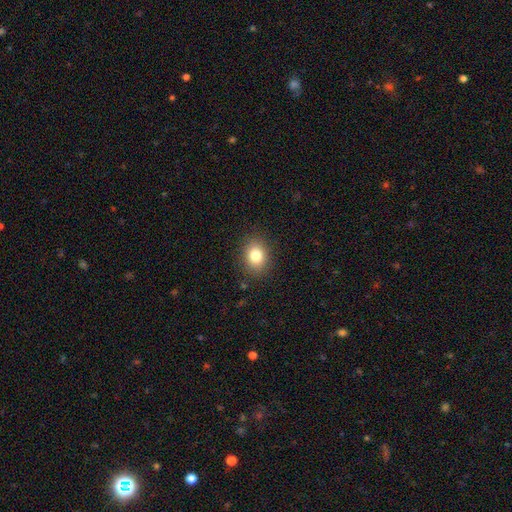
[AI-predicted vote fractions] Overall: smooth (81%). How rounded: in between (50%; round 49%). Merging: none (87%).